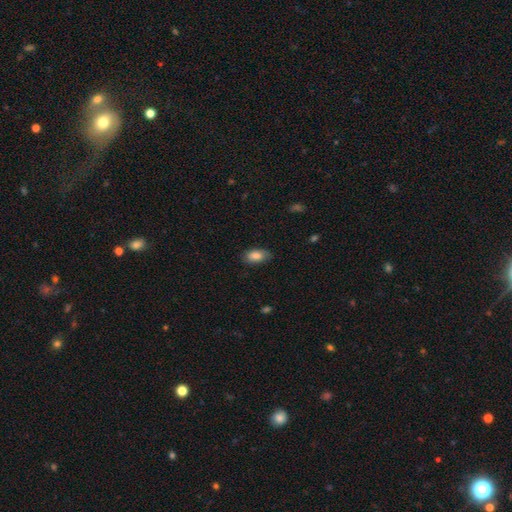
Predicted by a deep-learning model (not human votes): A smooth galaxy with no disk features (83%) that is in between round and cigar-shaped (90%). Merging: none (78%).